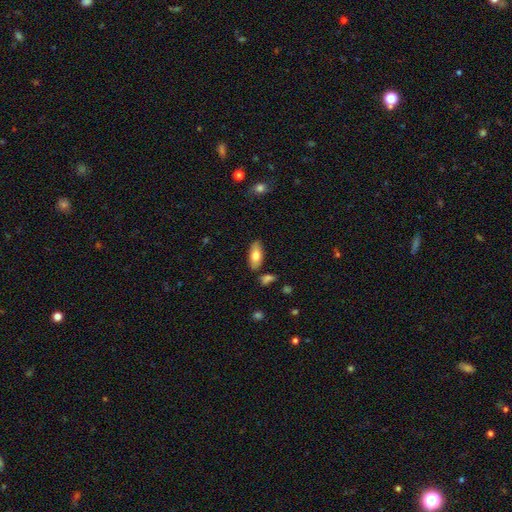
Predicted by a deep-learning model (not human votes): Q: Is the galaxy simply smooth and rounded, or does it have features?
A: smooth — 75%.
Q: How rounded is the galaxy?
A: in between — 85%.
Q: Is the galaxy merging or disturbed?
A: none — 82%.